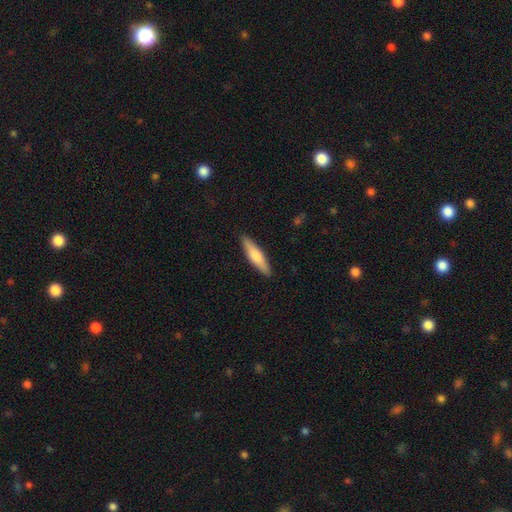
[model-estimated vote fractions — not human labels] Q: Smooth or featured?
A: smooth (64%); runner-up: featured or disk (31%)
Q: How rounded?
A: cigar-shaped (76%); runner-up: in between (22%)
Q: Merging?
A: none (90%); runner-up: minor disturbance (7%)